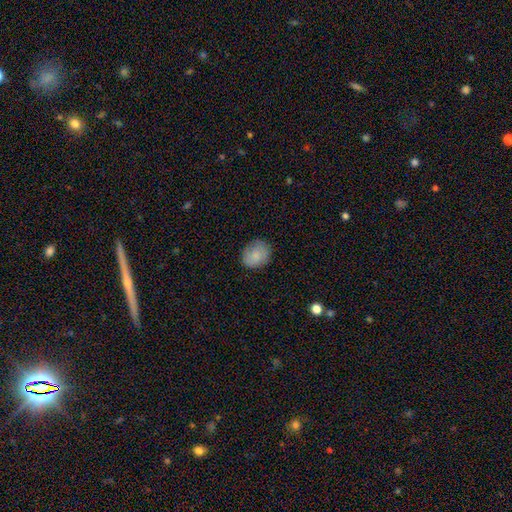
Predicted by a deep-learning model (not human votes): Smooth or featured? Predicted: smooth (p=0.81). How rounded? Predicted: round (p=0.61). Merging? Predicted: none (p=0.82).